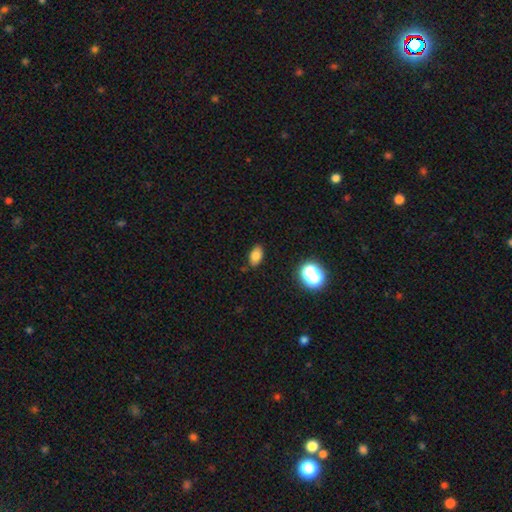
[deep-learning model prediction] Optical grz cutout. It shows a smooth galaxy with no disk features (79%) that is in between round and cigar-shaped (88%). Merging: none (85%).